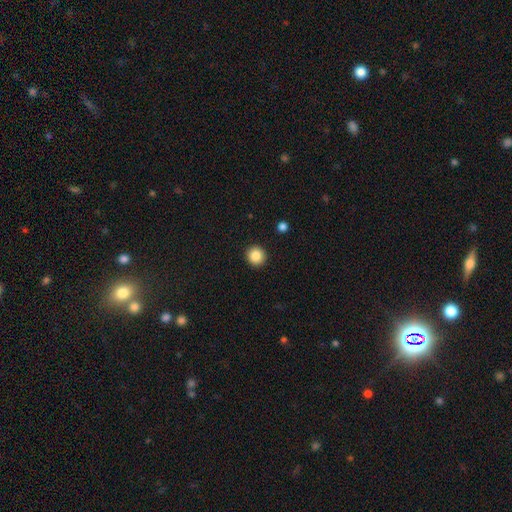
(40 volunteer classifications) A smooth galaxy with no disk features (88%) that is round (97%). Merging: none (100%).